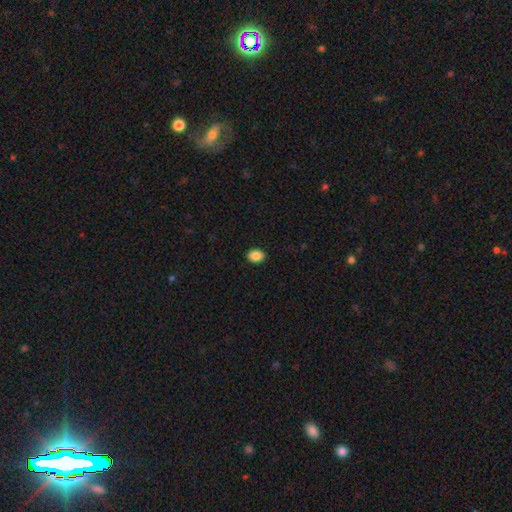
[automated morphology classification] Overall: smooth (88%). How rounded: in between (64%; round 35%). Merging: none (91%).